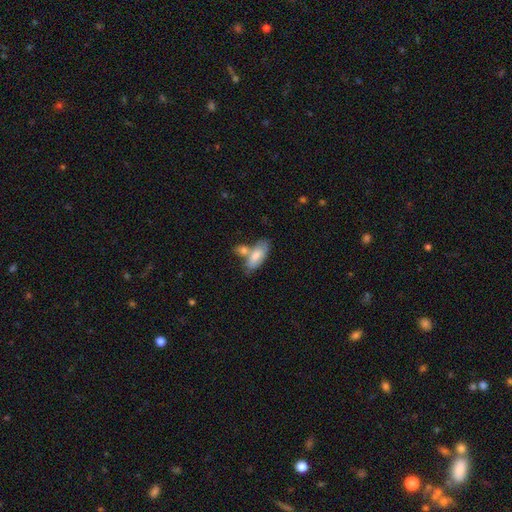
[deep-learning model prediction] smooth 78%, featured or disk 17%, star or artifact 6%. Down the decision tree: how rounded — in between (82%); merging — none (45%).